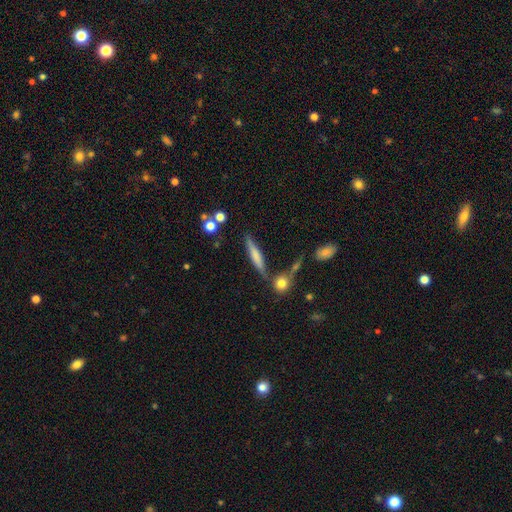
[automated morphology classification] A smooth galaxy with no disk features (60%) that is cigar-shaped (85%).

Vote fractions:
- Smooth or featured? smooth: 60% / featured or disk: 33% / star or artifact: 7%
- How rounded? cigar-shaped: 85% / in between: 12% / round: 3%
- Merging? none: 71% / minor disturbance: 15% / merger: 10% / major disturbance: 5%